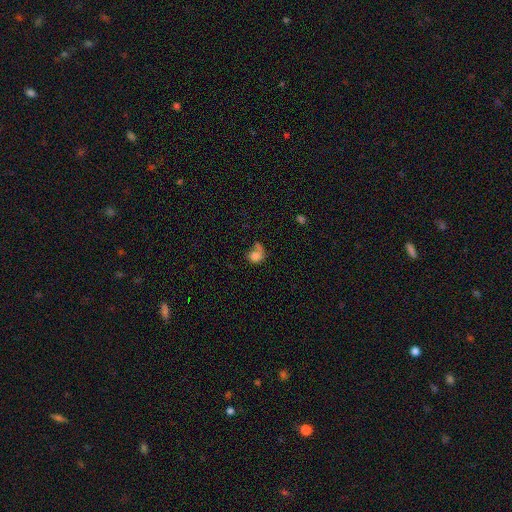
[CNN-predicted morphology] The model was most divided on "merging": none: 32%, major disturbance: 30%, merger: 22%, minor disturbance: 17%. More confident: smooth or featured — smooth (67%); how rounded — round (60%).